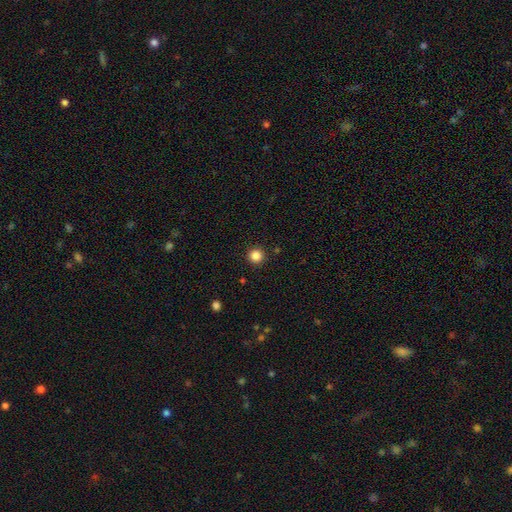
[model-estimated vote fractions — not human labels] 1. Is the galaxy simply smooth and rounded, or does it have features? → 85% smooth, 11% star or artifact, 3% featured or disk.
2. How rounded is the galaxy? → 95% round, 4% in between, 1% cigar-shaped.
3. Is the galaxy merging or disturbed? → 92% none, 5% minor disturbance, 2% major disturbance, 1% merger.